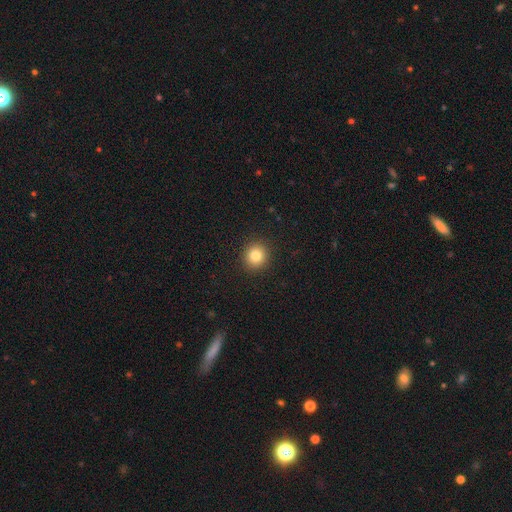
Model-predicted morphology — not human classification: smooth_or_featured: smooth (p=0.82) [alt: star or artifact p=0.11]
how_rounded: round (p=0.91) [alt: in between p=0.08]
merging: none (p=0.92) [alt: minor disturbance p=0.05]